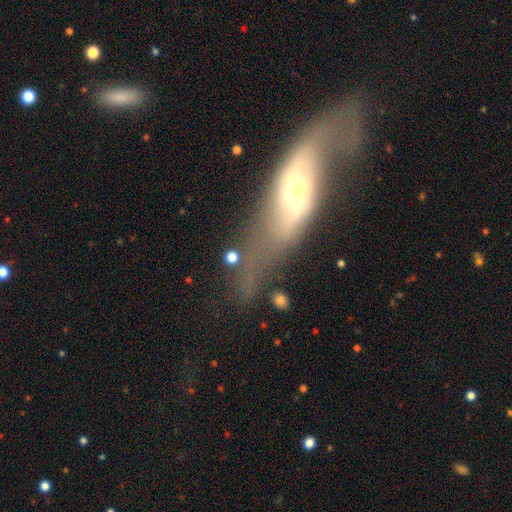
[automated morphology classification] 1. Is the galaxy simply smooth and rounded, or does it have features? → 73% featured or disk, 19% smooth, 8% star or artifact.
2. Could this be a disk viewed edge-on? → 79% no, 21% yes.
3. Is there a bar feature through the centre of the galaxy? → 39% no, 35% weak, 26% strong.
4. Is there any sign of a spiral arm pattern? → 78% yes, 22% no.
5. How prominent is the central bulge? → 49% moderate, 37% small, 9% large, 2% dominant, 2% none.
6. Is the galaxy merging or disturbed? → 47% none, 25% major disturbance, 21% minor disturbance, 7% merger.